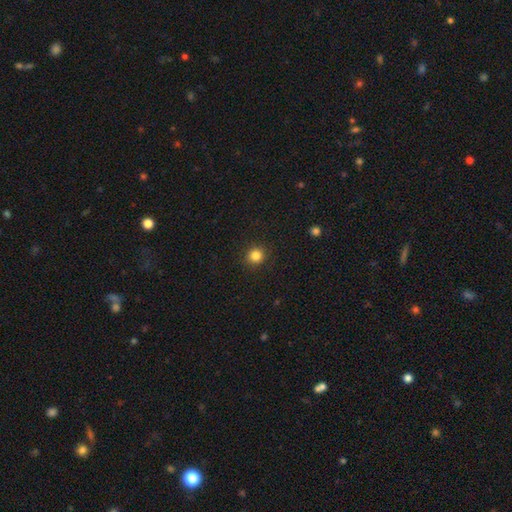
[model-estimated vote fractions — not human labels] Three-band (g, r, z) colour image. It shows a smooth galaxy with no disk features (84%) that is round (89%). Merging: none (90%).